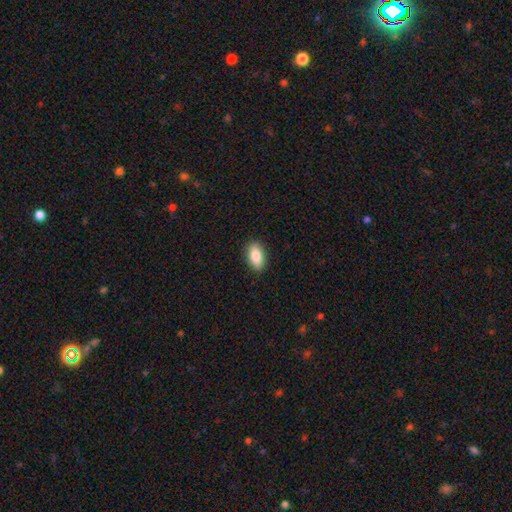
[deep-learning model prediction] Smooth or featured? Predicted: smooth (p=0.83). How rounded? Predicted: in between (p=0.90). Merging? Predicted: none (p=0.88).